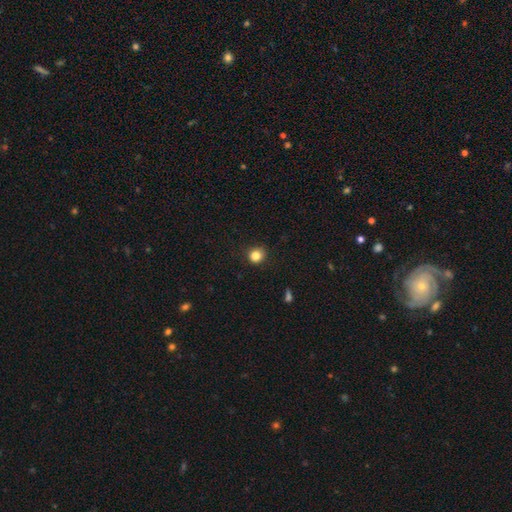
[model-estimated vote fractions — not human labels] A smooth galaxy with no disk features (84%) that is round (88%). Merging: none (89%).